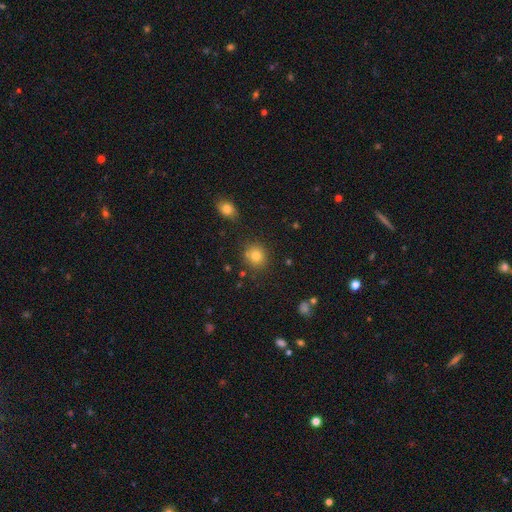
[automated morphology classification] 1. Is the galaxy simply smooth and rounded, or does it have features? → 80% smooth, 12% star or artifact, 8% featured or disk.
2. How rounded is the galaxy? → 86% round, 13% in between, 1% cigar-shaped.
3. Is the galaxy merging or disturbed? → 81% none, 10% minor disturbance, 6% merger, 3% major disturbance.